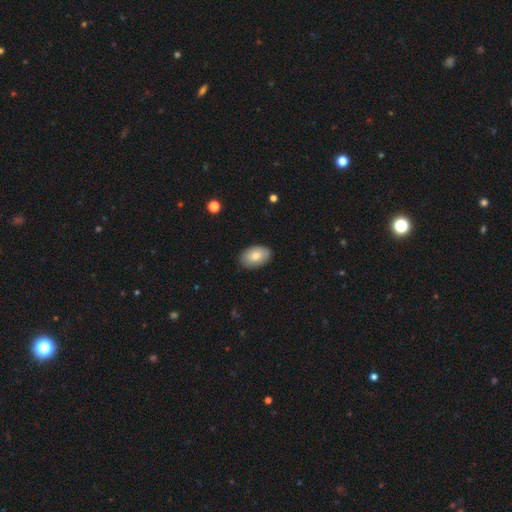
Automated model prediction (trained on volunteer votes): Overall: smooth (79%). How rounded: in between (90%). Merging: none (87%).